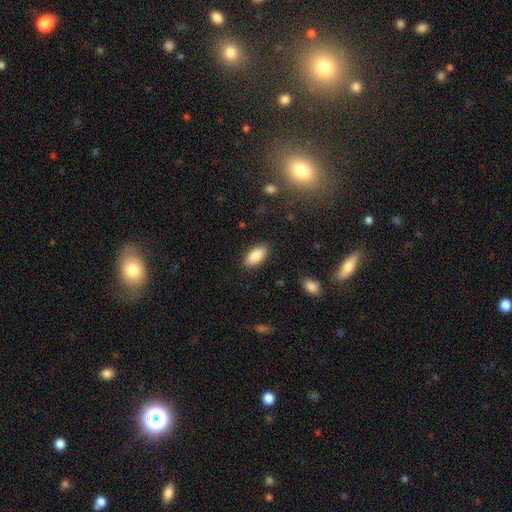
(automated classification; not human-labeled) smooth 87%, star or artifact 7%, featured or disk 6%. Down the decision tree: how rounded — in between (91%); merging — none (87%).